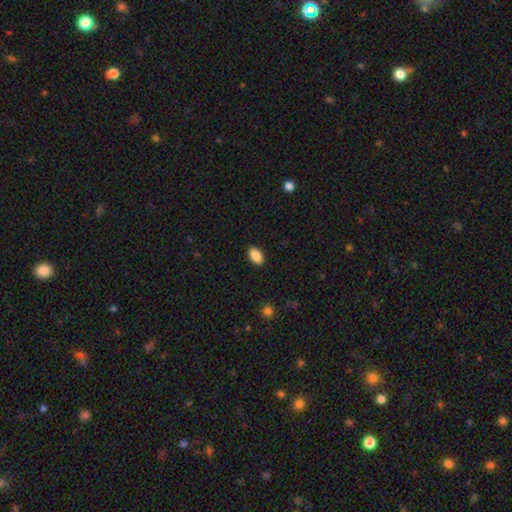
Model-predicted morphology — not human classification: smooth_or_featured: smooth (p=0.88) [alt: star or artifact p=0.08]
how_rounded: in between (p=0.90) [alt: round p=0.08]
merging: none (p=0.89) [alt: minor disturbance p=0.08]